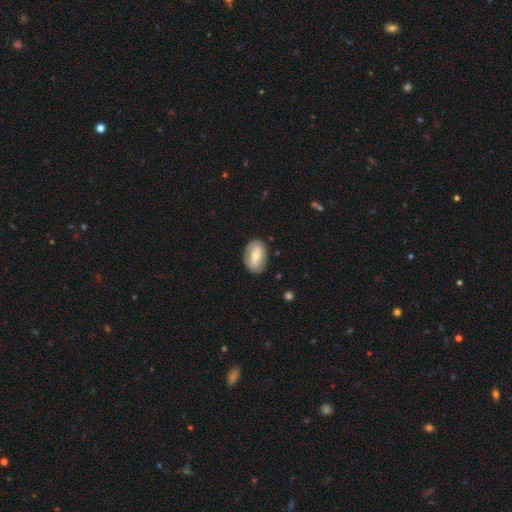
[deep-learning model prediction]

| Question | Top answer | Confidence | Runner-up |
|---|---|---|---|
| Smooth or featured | smooth | 52% | featured or disk (42%) |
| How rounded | in between | 85% | round (12%) |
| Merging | none | 83% | minor disturbance (13%) |